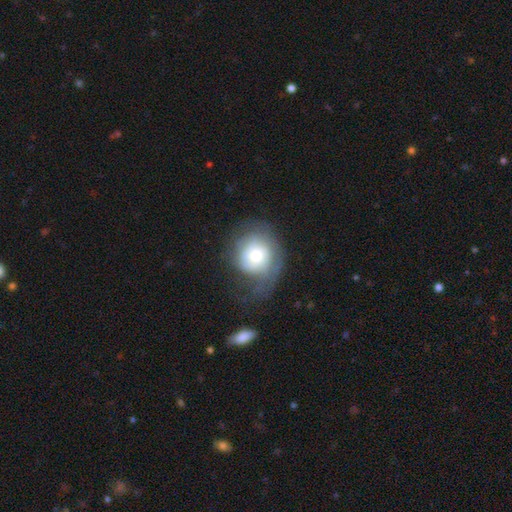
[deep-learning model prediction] Q: Smooth or featured?
A: featured or disk (48%); runner-up: smooth (44%)
Q: Merging?
A: none (42%); runner-up: major disturbance (32%)